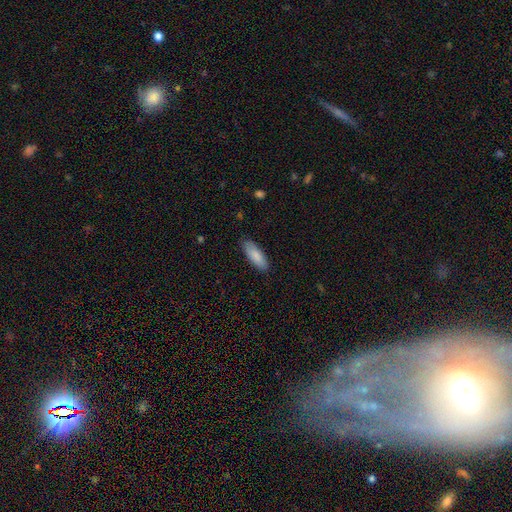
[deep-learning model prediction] smooth 87%, featured or disk 8%, star or artifact 6%. Down the decision tree: how rounded — in between (64%); merging — none (86%).